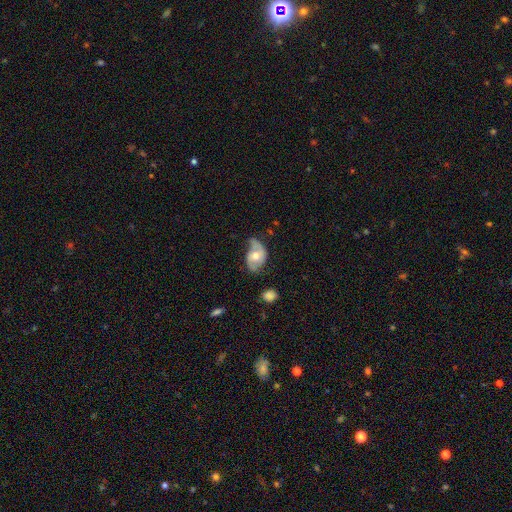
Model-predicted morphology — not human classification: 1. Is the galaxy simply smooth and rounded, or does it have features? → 65% featured or disk, 29% smooth, 7% star or artifact.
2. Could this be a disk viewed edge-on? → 96% no, 4% yes.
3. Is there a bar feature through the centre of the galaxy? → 66% no, 28% weak, 6% strong.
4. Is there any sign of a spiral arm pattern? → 82% yes, 18% no.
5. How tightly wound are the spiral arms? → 41% loose, 40% medium, 19% tight.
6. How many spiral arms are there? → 77% 2, 11% 1, 9% can't tell, 1% 3, 1% 4, 1% more than 4.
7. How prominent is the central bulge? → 69% moderate, 19% small, 10% large, 2% none, 1% dominant.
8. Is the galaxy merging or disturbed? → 41% none, 35% minor disturbance, 19% major disturbance, 5% merger.